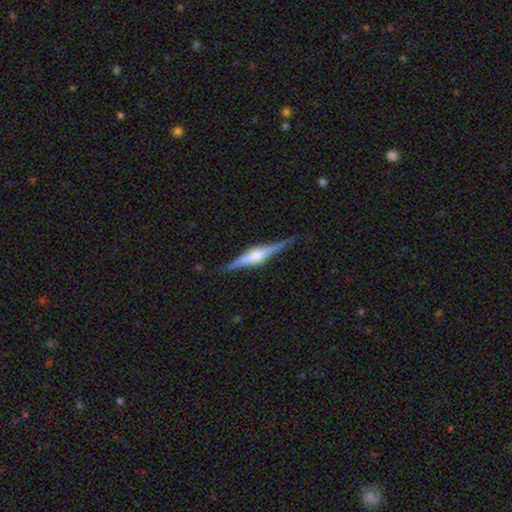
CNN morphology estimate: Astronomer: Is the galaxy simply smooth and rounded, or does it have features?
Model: featured or disk — 79%.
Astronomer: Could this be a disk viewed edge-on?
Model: yes — 98%.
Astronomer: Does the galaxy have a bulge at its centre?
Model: rounded — 75%.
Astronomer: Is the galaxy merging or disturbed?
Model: none — 86%.